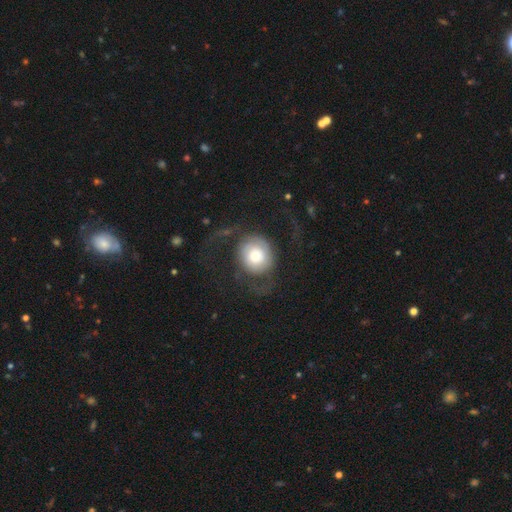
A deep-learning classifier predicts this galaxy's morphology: smooth_or_featured: featured or disk (p=0.58) [alt: smooth p=0.35]
disk_edge_on: no (p=0.97) [alt: yes p=0.03]
bar: no (p=0.82) [alt: weak p=0.14]
has_spiral_arms: yes (p=0.79) [alt: no p=0.21]
bulge_size: moderate (p=0.37) [alt: large p=0.27]
merging: none (p=0.43) [alt: major disturbance p=0.41]